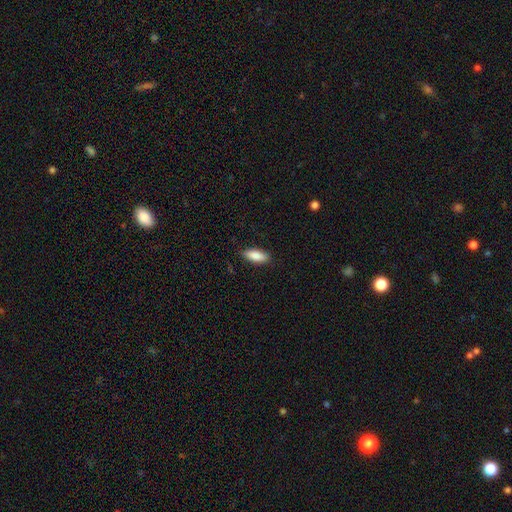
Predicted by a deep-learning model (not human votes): Smooth or featured? Predicted: smooth (p=0.88). How rounded? Predicted: in between (p=0.77). Merging? Predicted: none (p=0.86).